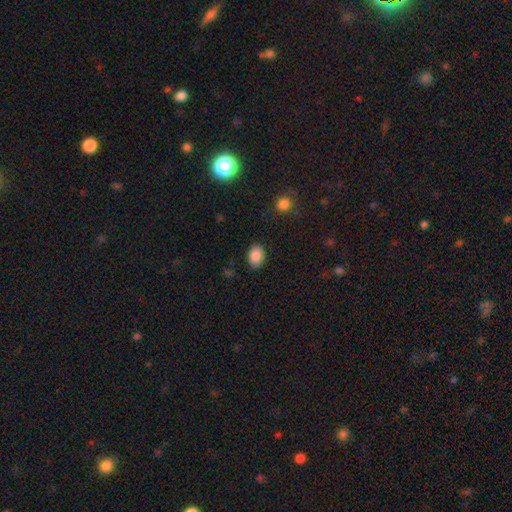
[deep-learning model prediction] A smooth galaxy with no disk features (88%) that is in between round and cigar-shaped (73%).

Vote fractions:
- Smooth or featured? smooth: 88% / star or artifact: 8% / featured or disk: 4%
- How rounded? in between: 73% / round: 26% / cigar-shaped: 1%
- Merging? none: 86% / minor disturbance: 9% / major disturbance: 3% / merger: 1%